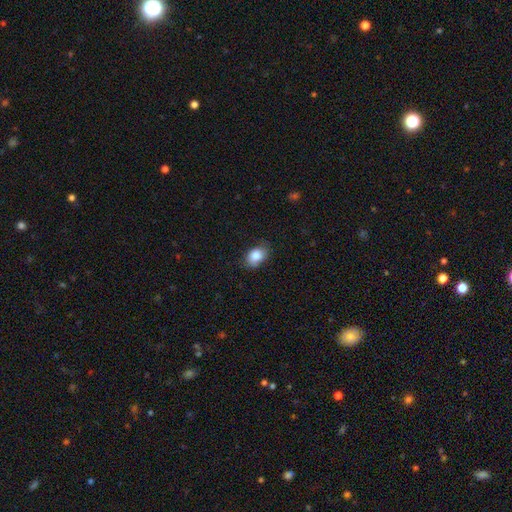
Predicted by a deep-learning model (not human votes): smooth 85%, star or artifact 8%, featured or disk 7%. Down the decision tree: how rounded — in between (77%); merging — none (76%).